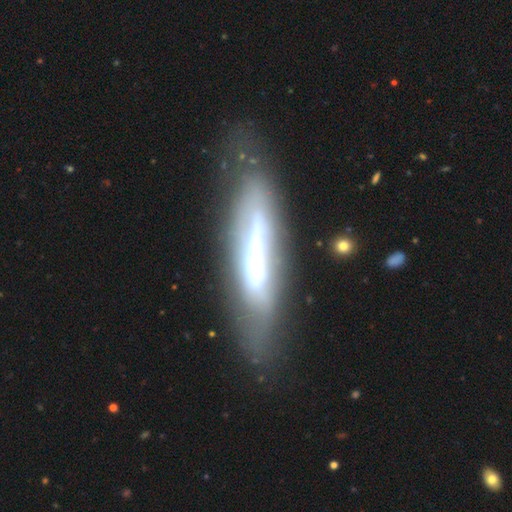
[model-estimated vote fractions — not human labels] Q: Smooth or featured?
A: featured or disk (70%); runner-up: smooth (21%)
Q: Edge-on disk?
A: yes (62%); runner-up: no (38%)
Q: Merging?
A: none (59%); runner-up: minor disturbance (22%)